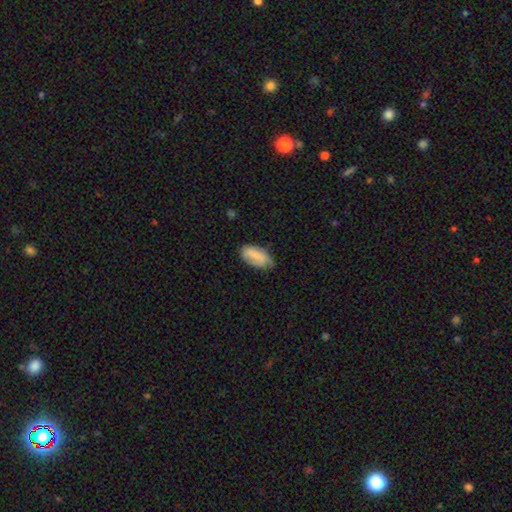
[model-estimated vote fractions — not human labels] Morphology: type=smooth (75%); roundness=in between (94%); merging=none (52%).